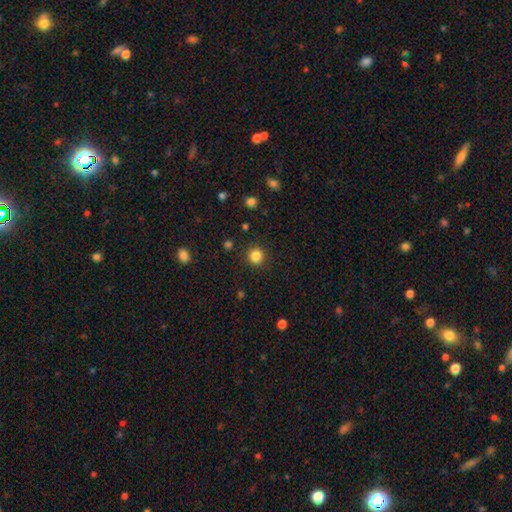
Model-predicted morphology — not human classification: smooth_or_featured: smooth (p=0.84) [alt: star or artifact p=0.12]
how_rounded: round (p=0.94) [alt: in between p=0.05]
merging: none (p=0.90) [alt: minor disturbance p=0.06]